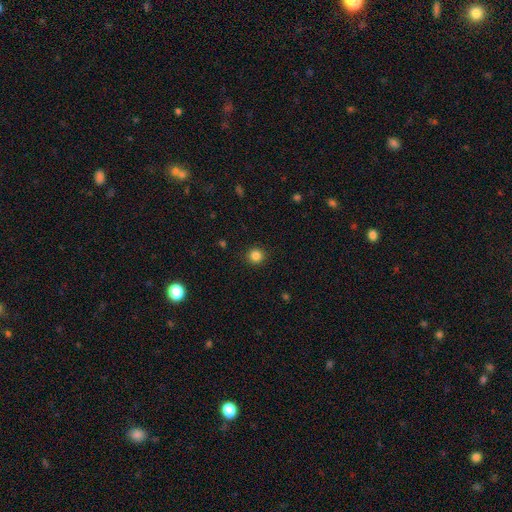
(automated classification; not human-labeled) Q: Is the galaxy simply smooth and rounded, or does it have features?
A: smooth — 84%.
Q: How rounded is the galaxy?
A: round — 93%.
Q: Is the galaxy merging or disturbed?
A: none — 92%.